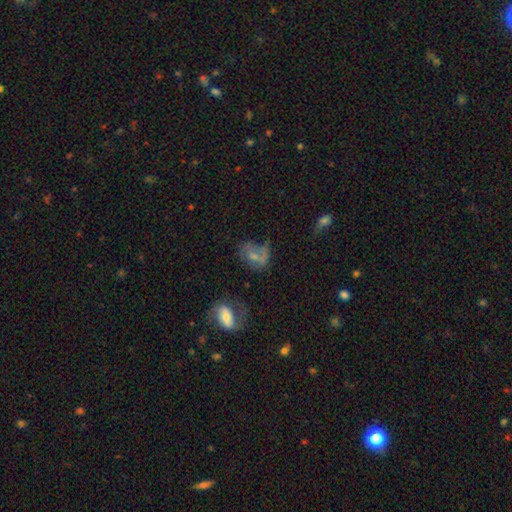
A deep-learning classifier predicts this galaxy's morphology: Smooth or featured? Predicted: smooth (p=0.48). Merging? Predicted: none (p=0.34).